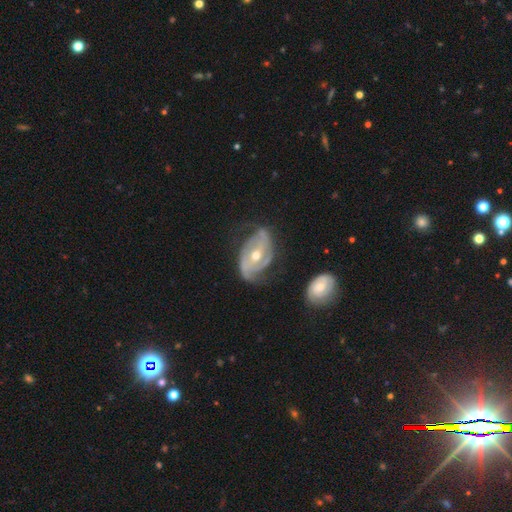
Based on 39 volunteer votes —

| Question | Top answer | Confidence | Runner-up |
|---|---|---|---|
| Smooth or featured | featured or disk | 79% | smooth (13%) |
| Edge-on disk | no | 94% | yes (6%) |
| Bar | weak | 38% | strong (31%) |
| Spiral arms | yes | 83% | no (17%) |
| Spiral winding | tight | 42% | medium (38%) |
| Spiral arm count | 2 | 58% | 3 (17%) |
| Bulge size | moderate | 62% | small (34%) |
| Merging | none | 47% | minor disturbance (25%) |